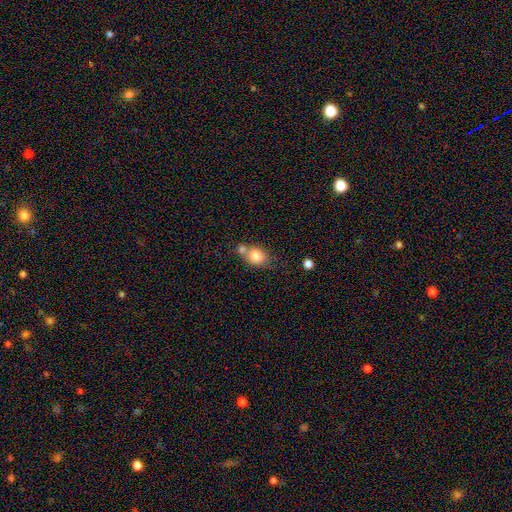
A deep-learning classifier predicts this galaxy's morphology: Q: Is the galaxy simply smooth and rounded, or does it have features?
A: smooth — 79%.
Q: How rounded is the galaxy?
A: in between — 54%.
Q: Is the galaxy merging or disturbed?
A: merger — 42%.